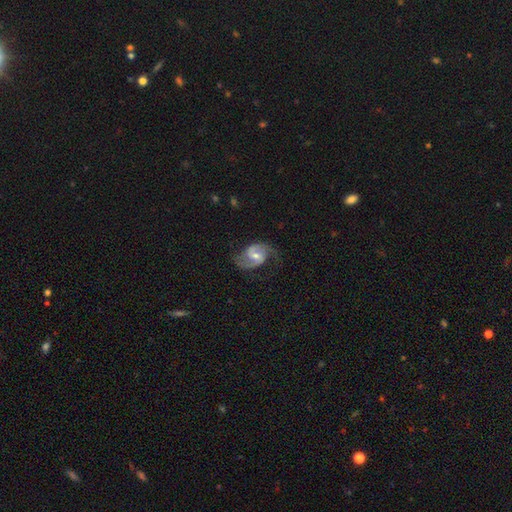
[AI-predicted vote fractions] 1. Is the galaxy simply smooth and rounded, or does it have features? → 88% featured or disk, 7% smooth, 5% star or artifact.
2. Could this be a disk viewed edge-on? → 98% no, 2% yes.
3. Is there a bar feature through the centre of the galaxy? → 53% weak, 28% no, 19% strong.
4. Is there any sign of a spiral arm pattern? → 97% yes, 3% no.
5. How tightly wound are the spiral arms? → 52% medium, 34% loose, 14% tight.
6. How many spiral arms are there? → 92% 2, 3% can't tell, 2% 1, 1% 3, 1% 4, 1% more than 4.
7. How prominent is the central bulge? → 54% moderate, 39% small, 3% large, 3% none, 1% dominant.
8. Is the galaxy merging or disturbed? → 74% none, 16% minor disturbance, 9% major disturbance, 1% merger.